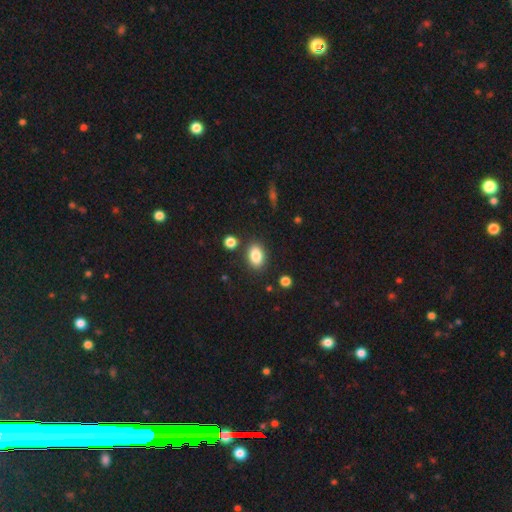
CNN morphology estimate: smooth-or-featured: smooth: 84% | star or artifact: 9% | featured or disk: 7%
  how-rounded: in between: 85% | round: 14% | cigar-shaped: 2%
  merging: none: 84% | minor disturbance: 9% | merger: 4% | major disturbance: 3%